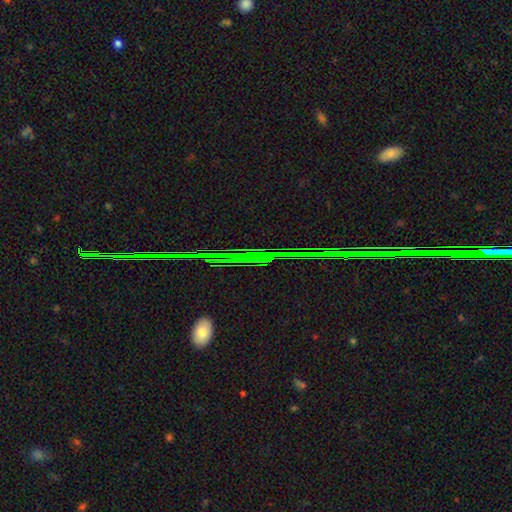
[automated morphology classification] Smooth or featured? star or artifact (79%)